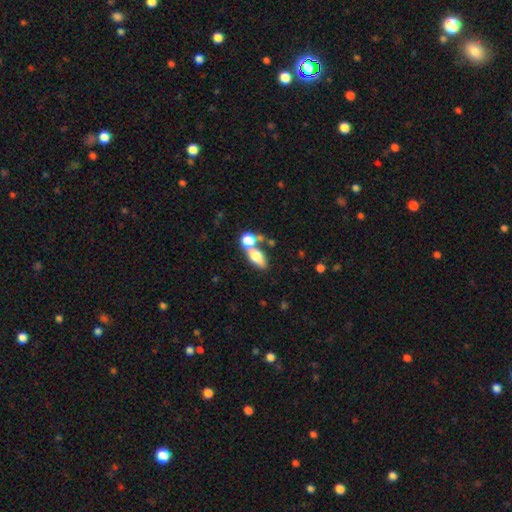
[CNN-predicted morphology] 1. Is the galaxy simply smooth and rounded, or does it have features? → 72% smooth, 17% featured or disk, 10% star or artifact.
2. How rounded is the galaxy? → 75% in between, 15% round, 10% cigar-shaped.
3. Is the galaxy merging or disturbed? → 45% merger, 38% none, 10% minor disturbance, 7% major disturbance.